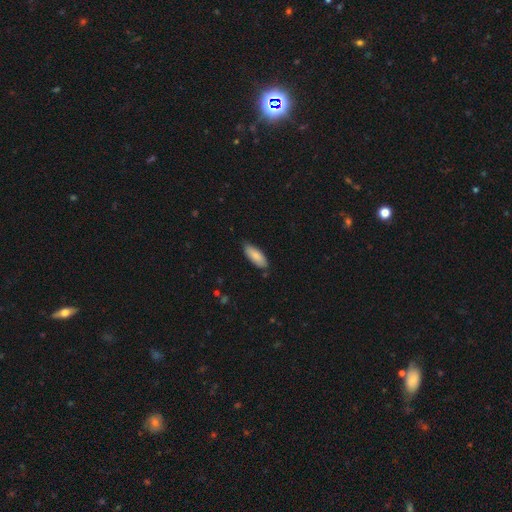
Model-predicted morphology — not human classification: The model was most divided on "how rounded": in between: 76%, cigar-shaped: 23%, round: 1%. More confident: smooth or featured — smooth (85%); merging — none (81%).